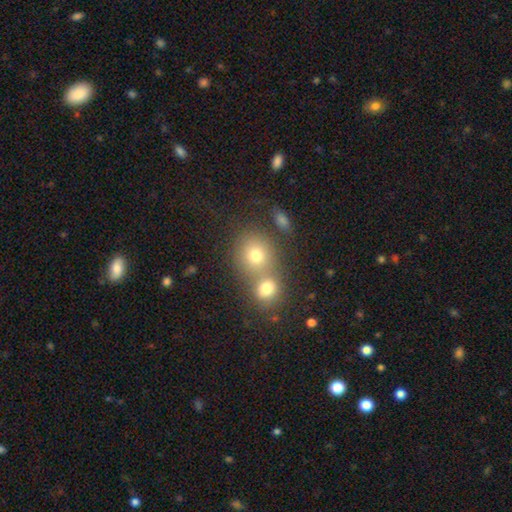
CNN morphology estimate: A smooth galaxy with no disk features (74%) that is round (77%). Merging: none (45%).